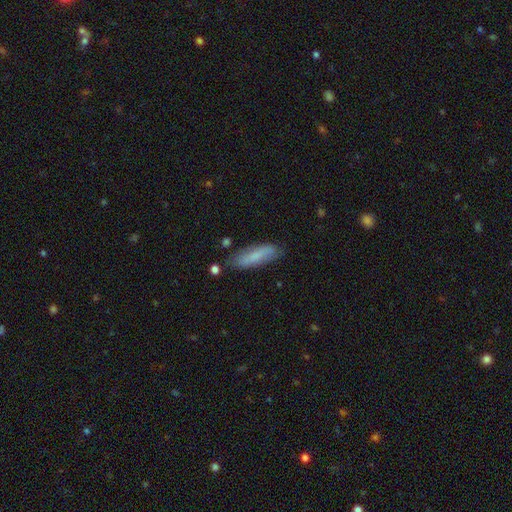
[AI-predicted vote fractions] Overall: smooth (74%). How rounded: cigar-shaped (61%; in between 37%). Merging: none (76%).